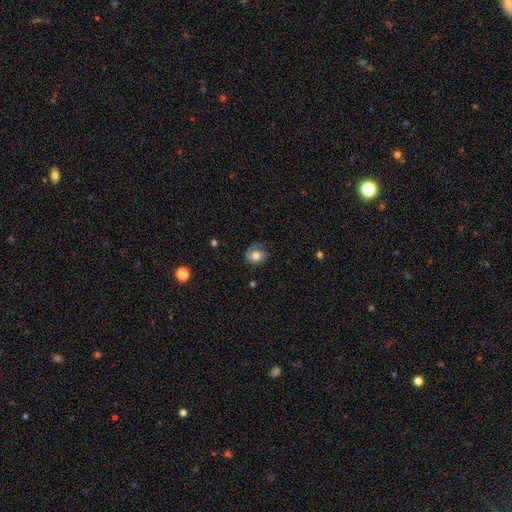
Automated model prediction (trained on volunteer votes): A smooth galaxy with no disk features (69%) that is round (68%).

Vote fractions:
- Smooth or featured? smooth: 69% / featured or disk: 23% / star or artifact: 9%
- How rounded? round: 68% / in between: 31% / cigar-shaped: 1%
- Merging? none: 62% / minor disturbance: 25% / major disturbance: 11% / merger: 1%